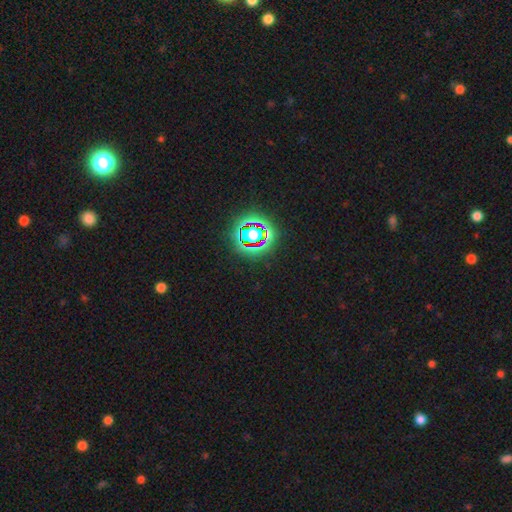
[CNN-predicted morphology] A star or artifact, not a galaxy (80%).

Vote fractions:
- Smooth or featured? star or artifact: 80% / smooth: 13% / featured or disk: 7%